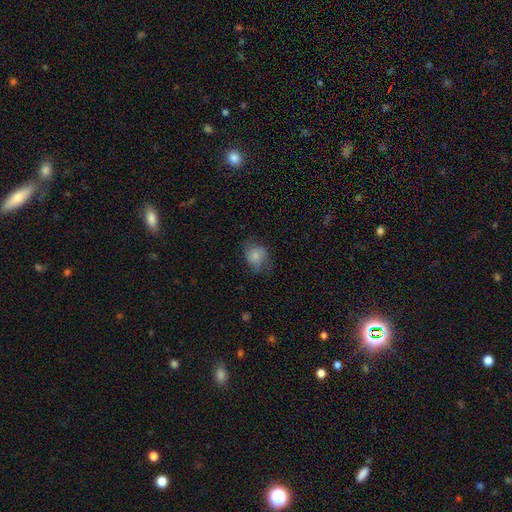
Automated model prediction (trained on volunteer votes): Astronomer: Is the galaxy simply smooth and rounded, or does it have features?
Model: smooth — 69%.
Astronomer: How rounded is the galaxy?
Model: round — 52% (runner-up: in between, 47%).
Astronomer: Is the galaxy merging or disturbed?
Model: none — 53% (runner-up: minor disturbance, 29%).